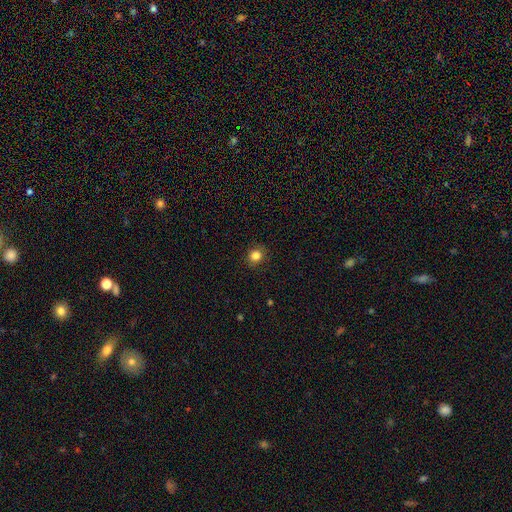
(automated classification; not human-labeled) Q: Smooth or featured?
A: smooth (83%); runner-up: star or artifact (12%)
Q: How rounded?
A: round (85%); runner-up: in between (14%)
Q: Merging?
A: none (90%); runner-up: minor disturbance (7%)